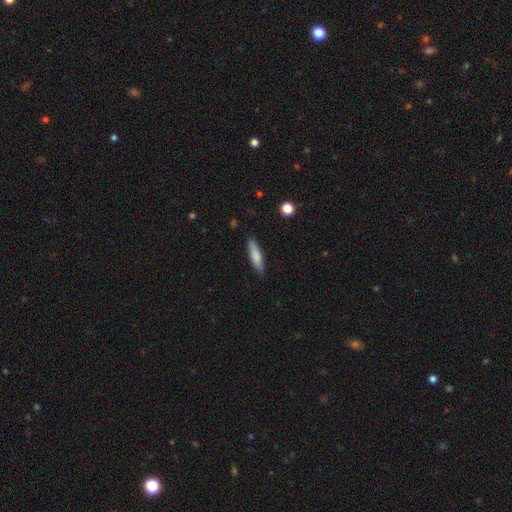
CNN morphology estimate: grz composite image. It shows a smooth galaxy with no disk features (80%) that is cigar-shaped (72%). Merging: none (85%).